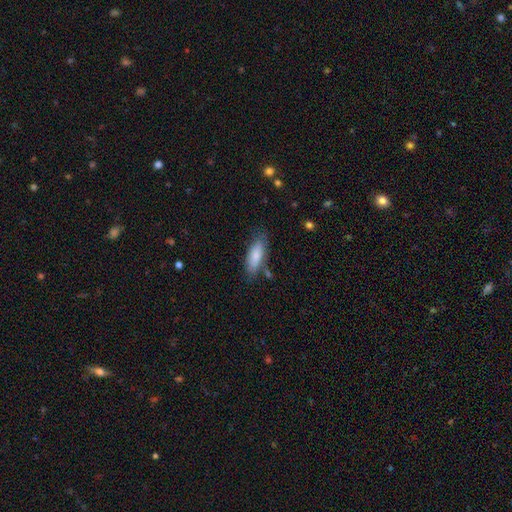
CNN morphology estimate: Smooth or featured? smooth (82%)
How rounded? in between (72%)
Merging? none (71%)